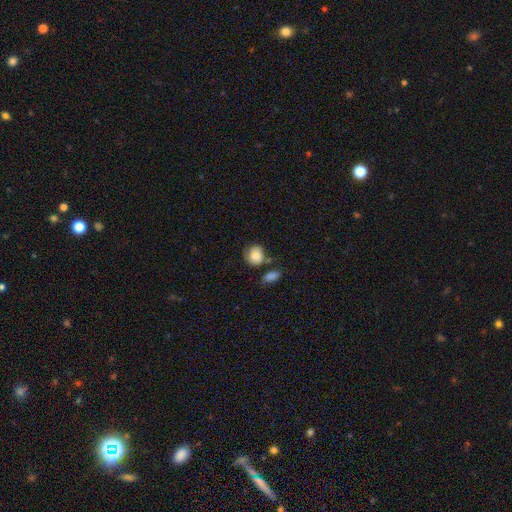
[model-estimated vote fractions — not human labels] Smooth or featured? smooth (82%)
How rounded? round (72%)
Merging? none (54%)